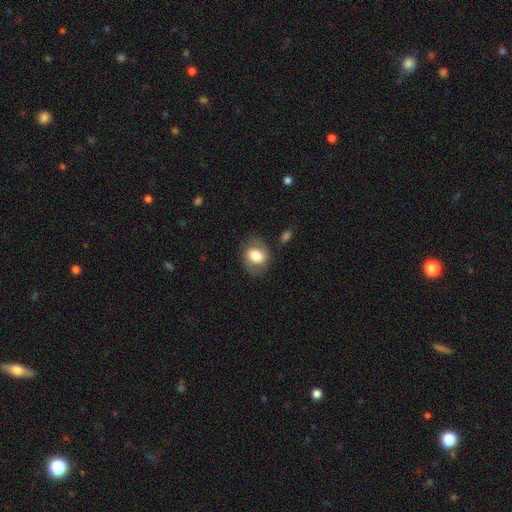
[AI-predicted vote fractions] smooth-or-featured: smooth: 70% | featured or disk: 23% | star or artifact: 8%
  how-rounded: in between: 55% | round: 43% | cigar-shaped: 1%
  merging: none: 75% | minor disturbance: 16% | major disturbance: 7% | merger: 3%